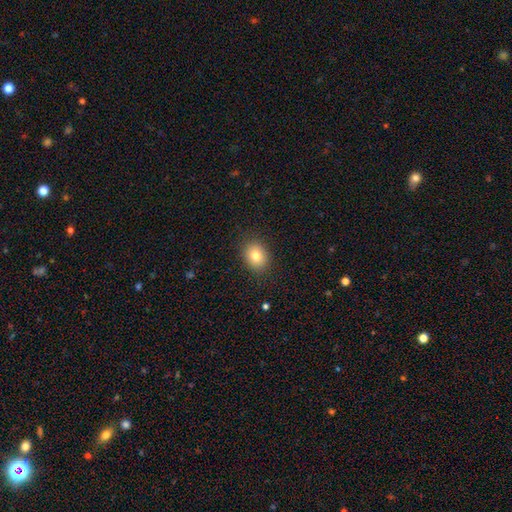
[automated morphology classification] Smooth or featured?
  - smooth: 80% *
  - star or artifact: 10%
  - featured or disk: 10%
How rounded?
  - in between: 50% *
  - round: 49%
  - cigar-shaped: 1%
Merging?
  - none: 88% *
  - minor disturbance: 9%
  - major disturbance: 3%
  - merger: 1%